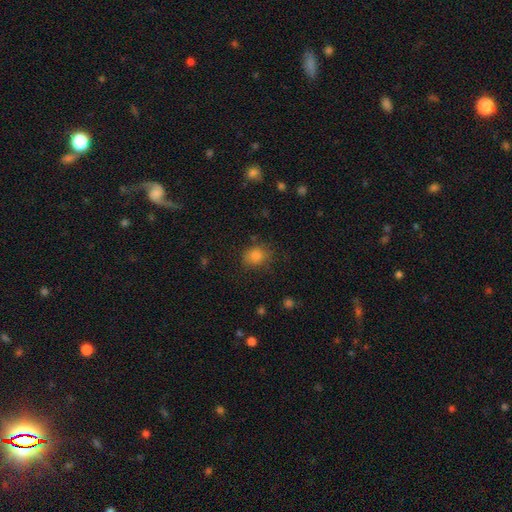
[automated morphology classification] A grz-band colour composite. It shows a smooth galaxy with no disk features (83%) that is round (53%). Merging: none (67%).